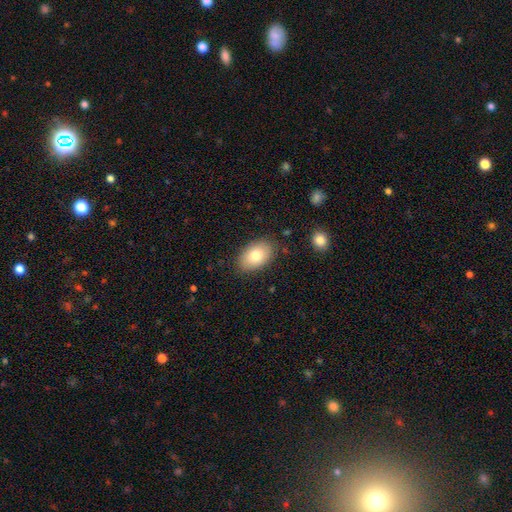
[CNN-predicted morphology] Q: Smooth or featured?
A: smooth (80%); runner-up: featured or disk (13%)
Q: How rounded?
A: in between (91%); runner-up: round (8%)
Q: Merging?
A: none (85%); runner-up: minor disturbance (11%)